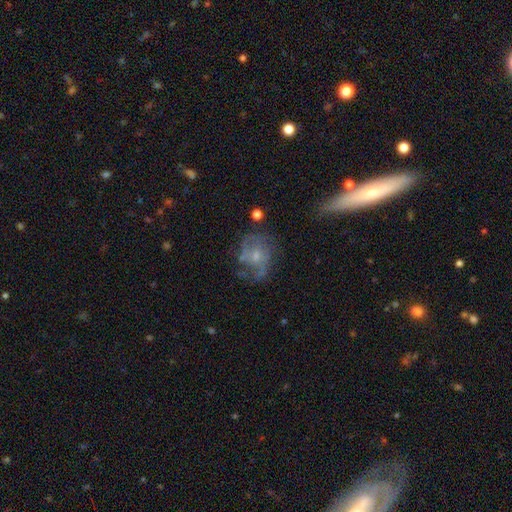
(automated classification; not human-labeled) Smooth or featured? Predicted: featured or disk (p=0.65). Edge-on disk? Predicted: no (p=0.97). Bar? Predicted: no (p=0.64). Spiral arms? Predicted: yes (p=0.70). Bulge size? Predicted: small (p=0.52). Merging? Predicted: none (p=0.51).